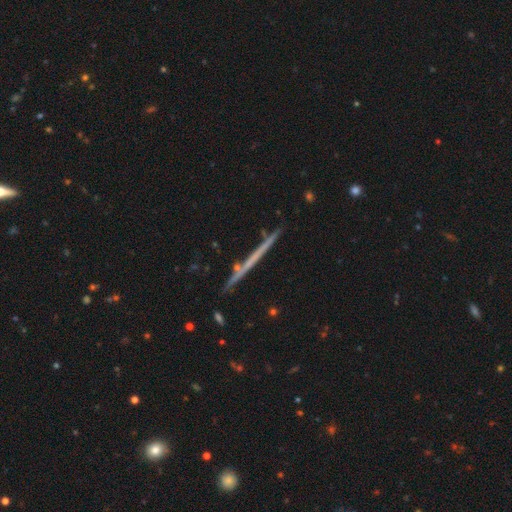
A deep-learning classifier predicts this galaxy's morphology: The model was most divided on "smooth or featured": featured or disk: 60%, smooth: 32%, star or artifact: 8%. More confident: edge-on disk — yes (97%); merging — none (88%); edge-on bulge — none (87%).